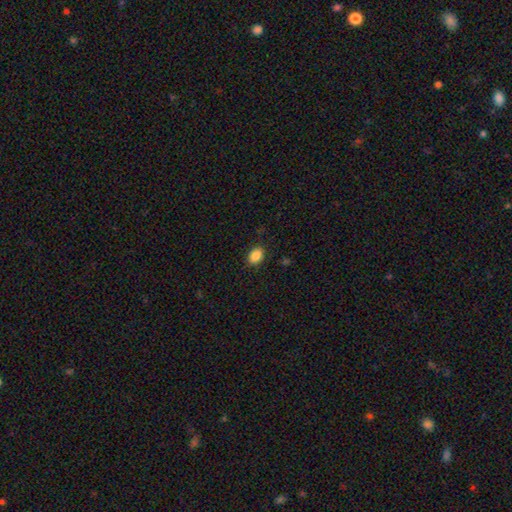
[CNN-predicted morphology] This appears to be a smooth galaxy with no disk features (88%) that is in between round and cigar-shaped (78%). Merging: none (87%).